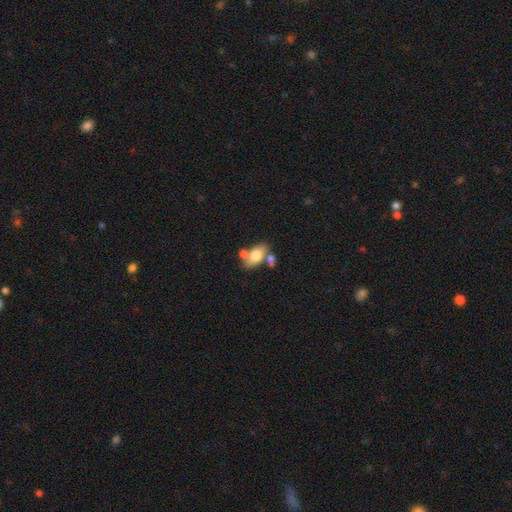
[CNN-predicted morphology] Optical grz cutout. It shows a smooth galaxy with no disk features (68%) that is in between round and cigar-shaped (88%). Merging: none (51%).